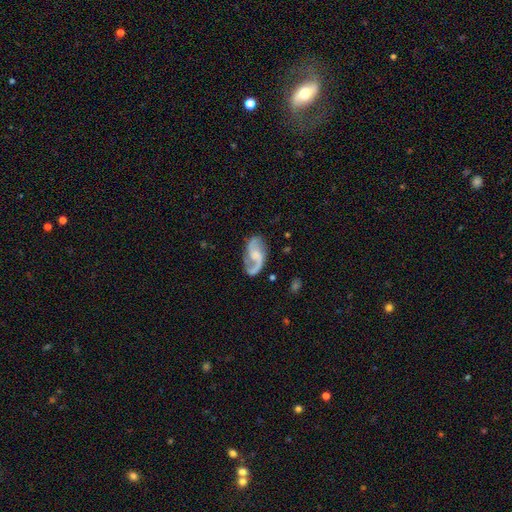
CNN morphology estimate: Smooth or featured: featured or disk — 88% (smooth — 7%)
Edge-on disk: no — 98% (yes — 2%)
Bar: no — 48% (weak — 42%)
Spiral arms: yes — 97% (no — 3%)
Spiral winding: loose — 50% (medium — 41%)
Spiral arm count: 2 — 91% (1 — 4%)
Bulge size: none — 35% (moderate — 29%)
Merging: none — 73% (minor disturbance — 16%)